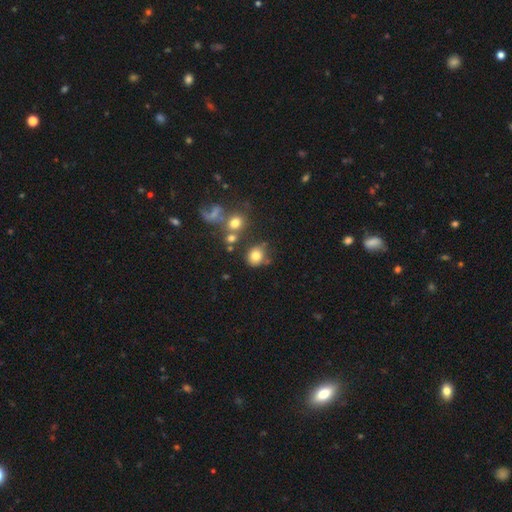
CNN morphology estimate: Q: Smooth or featured?
A: smooth (77%); runner-up: star or artifact (13%)
Q: How rounded?
A: round (73%); runner-up: in between (26%)
Q: Merging?
A: none (64%); runner-up: minor disturbance (16%)